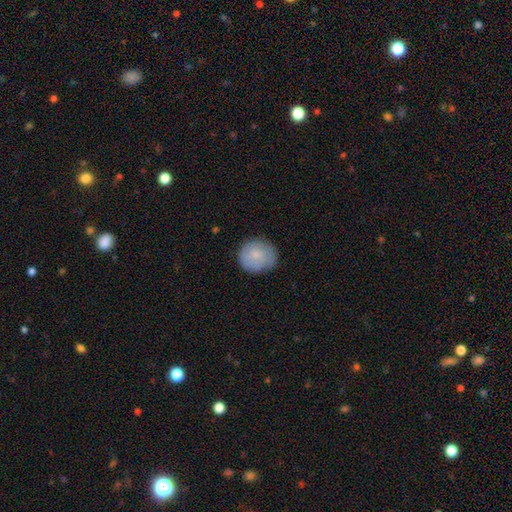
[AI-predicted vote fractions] Smooth or featured?
  - smooth: 82% *
  - featured or disk: 12%
  - star or artifact: 7%
How rounded?
  - round: 88% *
  - in between: 11%
  - cigar-shaped: 1%
Merging?
  - none: 79% *
  - minor disturbance: 17%
  - major disturbance: 3%
  - merger: 1%